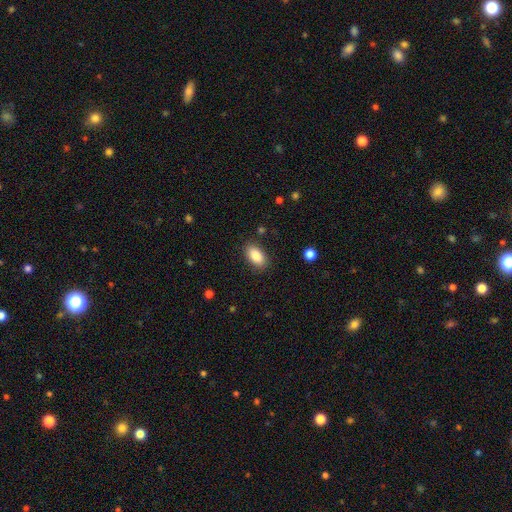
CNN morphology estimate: Smooth or featured? Predicted: smooth (p=0.86). How rounded? Predicted: in between (p=0.92). Merging? Predicted: none (p=0.86).